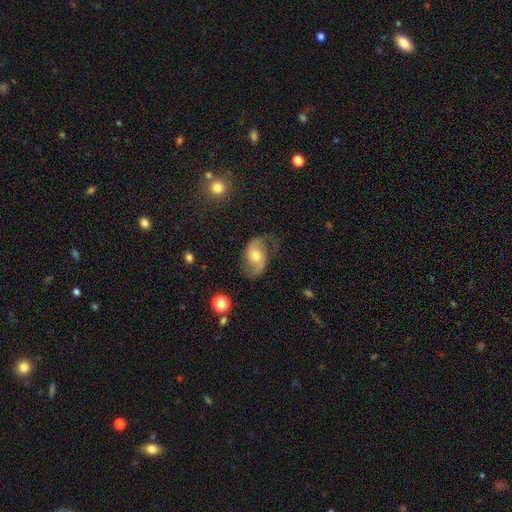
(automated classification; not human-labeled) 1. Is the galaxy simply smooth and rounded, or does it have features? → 65% featured or disk, 27% smooth, 8% star or artifact.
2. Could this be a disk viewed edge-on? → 95% no, 5% yes.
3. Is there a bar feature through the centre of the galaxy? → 59% no, 31% weak, 10% strong.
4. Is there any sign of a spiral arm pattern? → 87% yes, 13% no.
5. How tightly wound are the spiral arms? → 57% loose, 32% medium, 11% tight.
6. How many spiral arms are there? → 87% 2, 6% can't tell, 4% 1, 1% 3, 1% 4, 1% more than 4.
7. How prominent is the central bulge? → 71% moderate, 20% small, 6% large, 1% none, 1% dominant.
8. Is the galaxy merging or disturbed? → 64% none, 22% minor disturbance, 12% major disturbance, 2% merger.